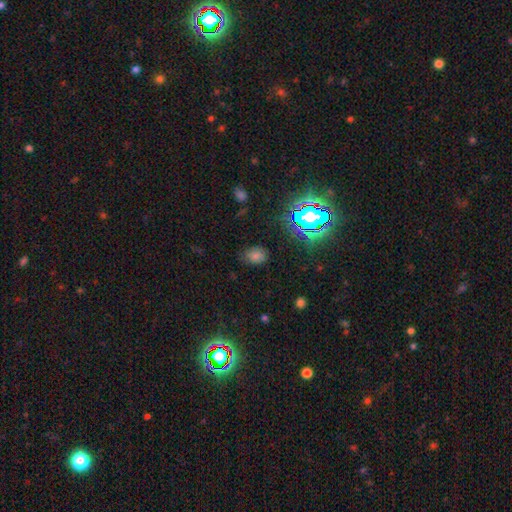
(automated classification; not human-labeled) Smooth or featured?
  - smooth: 51% *
  - star or artifact: 41%
  - featured or disk: 8%
How rounded?
  - in between: 62% *
  - round: 36%
  - cigar-shaped: 2%
Merging?
  - none: 82% *
  - minor disturbance: 12%
  - major disturbance: 4%
  - merger: 2%